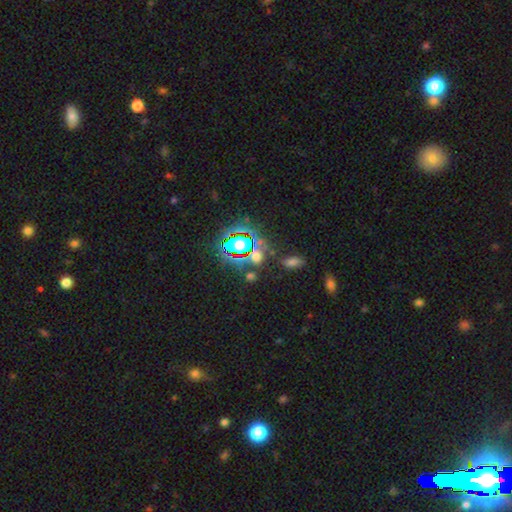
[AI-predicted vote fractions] This is possibly a star or artifact rather than a galaxy (56%).